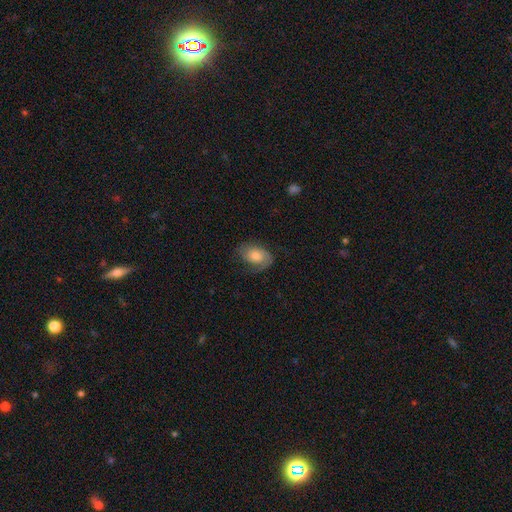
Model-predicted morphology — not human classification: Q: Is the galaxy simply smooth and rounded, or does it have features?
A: featured or disk — 50%.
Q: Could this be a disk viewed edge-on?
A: no — 96%.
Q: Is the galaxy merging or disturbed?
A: none — 63%.